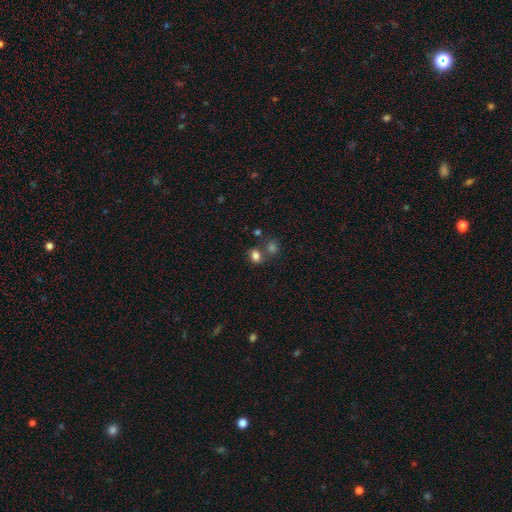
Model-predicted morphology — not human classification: This appears to be a smooth galaxy with no disk features (79%) that is in between round and cigar-shaped (56%). Merging: none (54%).